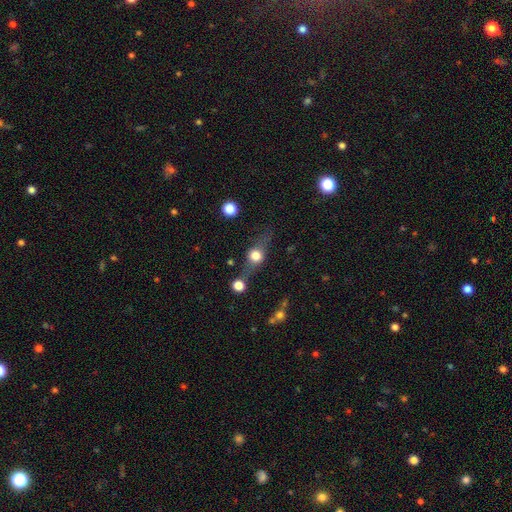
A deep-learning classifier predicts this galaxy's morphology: type=smooth (47%); merging=none (60%).